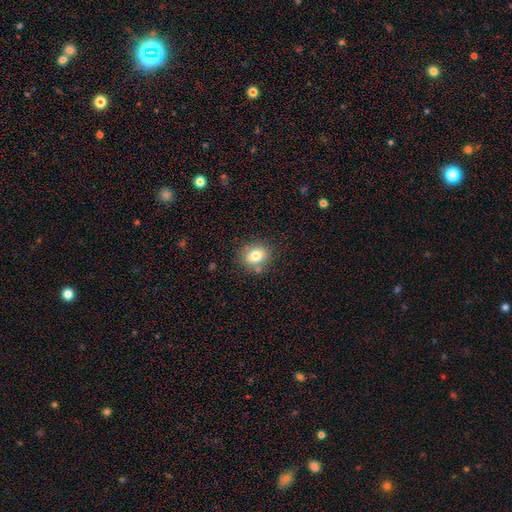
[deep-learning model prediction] This is likely a smooth galaxy (77%). How rounded: likely round (61%). Merging: likely none (75%).